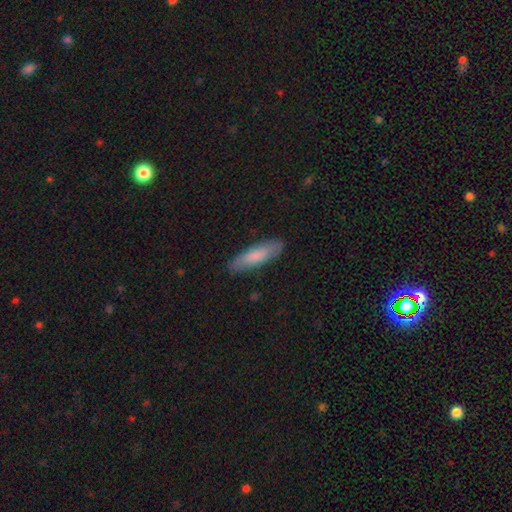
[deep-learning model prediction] Morphology: type=smooth (80%); roundness=cigar-shaped (62%); merging=none (87%).